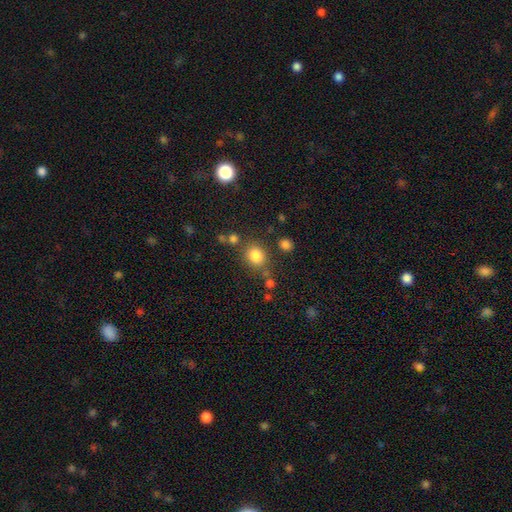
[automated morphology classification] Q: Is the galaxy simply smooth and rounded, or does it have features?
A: smooth — 82%.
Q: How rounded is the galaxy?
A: round — 77%.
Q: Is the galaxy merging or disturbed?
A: none — 73%.